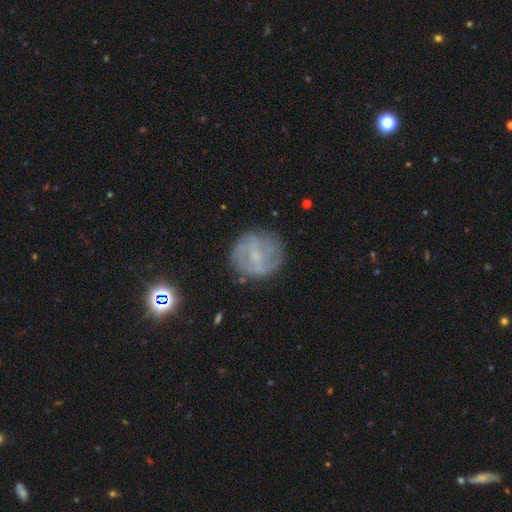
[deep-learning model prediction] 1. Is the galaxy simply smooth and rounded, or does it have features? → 58% featured or disk, 32% smooth, 10% star or artifact.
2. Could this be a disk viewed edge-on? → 97% no, 3% yes.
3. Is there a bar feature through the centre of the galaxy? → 47% weak, 39% no, 14% strong.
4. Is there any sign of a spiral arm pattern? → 67% yes, 33% no.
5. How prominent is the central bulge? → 57% small, 21% none, 19% moderate, 1% large, 1% dominant.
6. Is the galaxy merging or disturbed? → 74% none, 17% minor disturbance, 8% major disturbance, 2% merger.